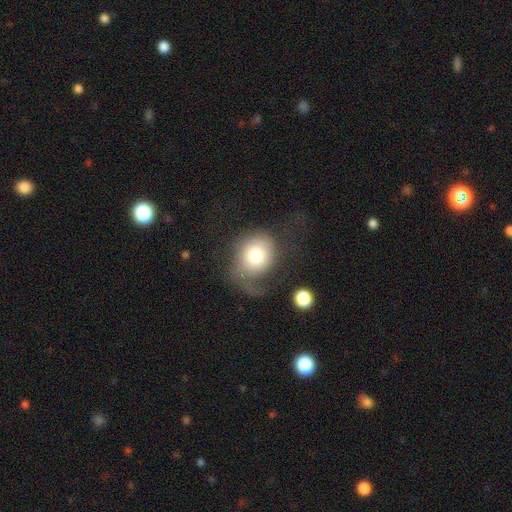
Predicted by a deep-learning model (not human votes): This appears to be a smooth galaxy with no disk features (69%) that is round (69%). Merging: major disturbance (38%).